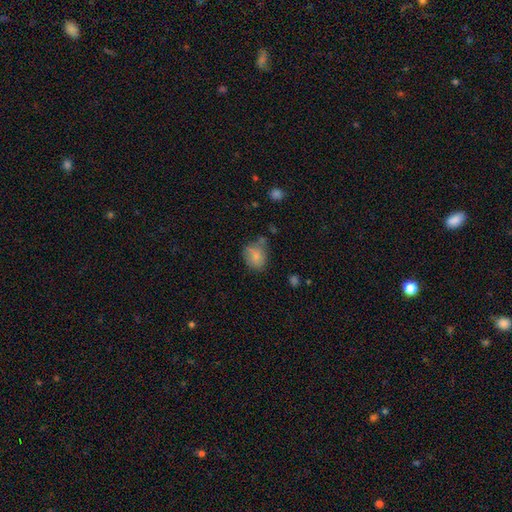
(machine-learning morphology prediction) A smooth galaxy with no disk features (78%) that is round (54%).

Vote fractions:
- Smooth or featured? smooth: 78% / featured or disk: 12% / star or artifact: 10%
- How rounded? round: 54% / in between: 45% / cigar-shaped: 1%
- Merging? none: 56% / minor disturbance: 26% / major disturbance: 9% / merger: 9%